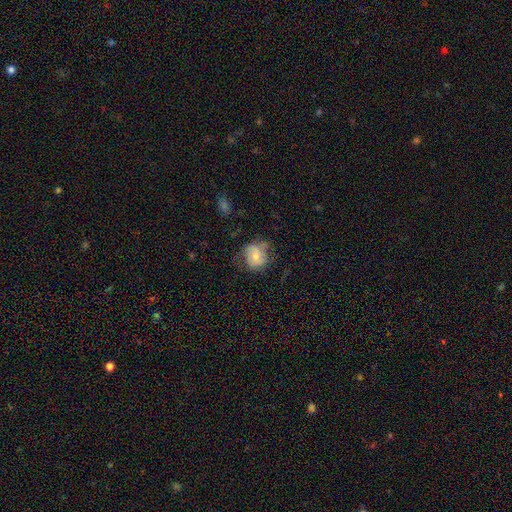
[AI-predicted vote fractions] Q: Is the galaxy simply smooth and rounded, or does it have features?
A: smooth — 53%.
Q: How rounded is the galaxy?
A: round — 68%.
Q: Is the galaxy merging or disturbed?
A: none — 53%.